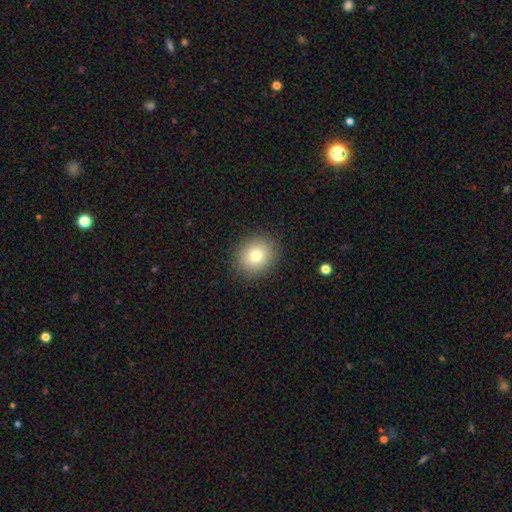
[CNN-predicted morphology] A smooth galaxy with no disk features (78%) that is round (72%). Merging: none (89%).